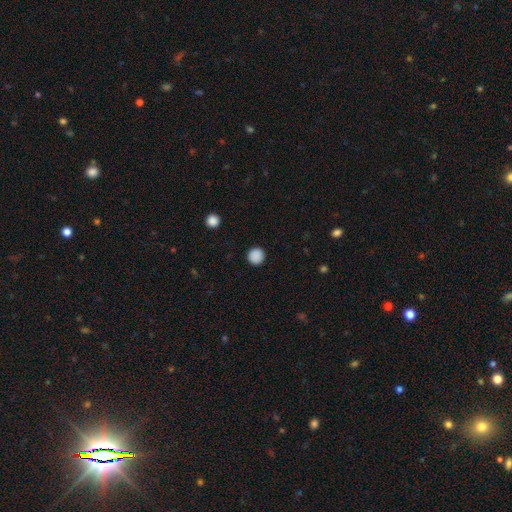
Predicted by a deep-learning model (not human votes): This appears to be a smooth galaxy with no disk features (88%) that is round (95%). Merging: none (92%).